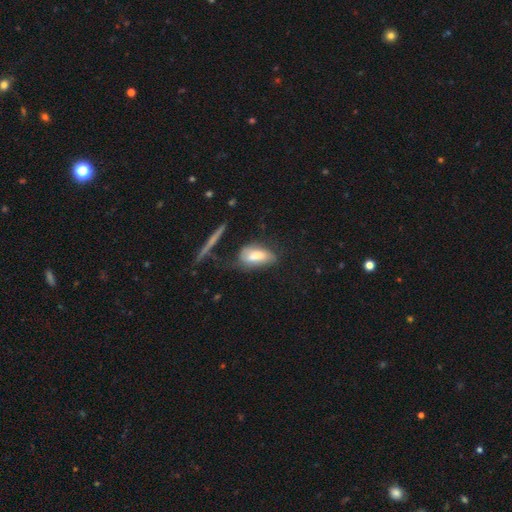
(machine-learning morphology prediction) Smooth or featured?
  - smooth: 67% *
  - featured or disk: 25%
  - star or artifact: 9%
How rounded?
  - in between: 85% *
  - cigar-shaped: 11%
  - round: 4%
Merging?
  - none: 44% *
  - minor disturbance: 28%
  - major disturbance: 18%
  - merger: 9%